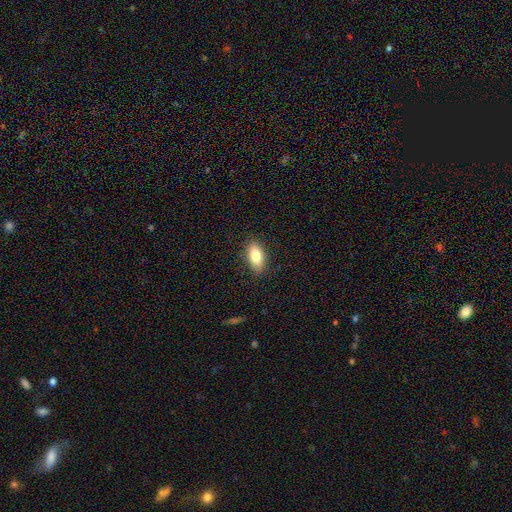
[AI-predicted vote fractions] Smooth or featured? smooth (81%)
How rounded? in between (87%)
Merging? none (86%)